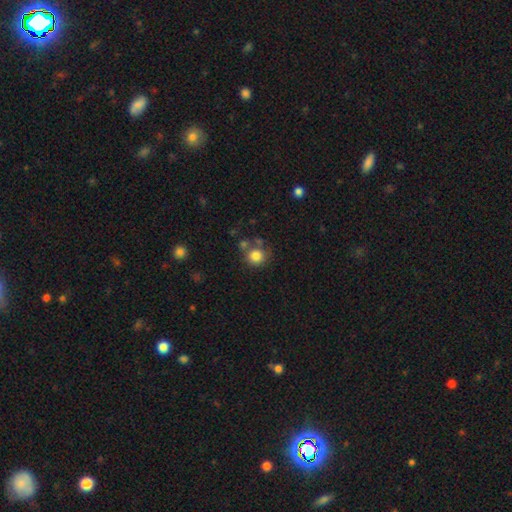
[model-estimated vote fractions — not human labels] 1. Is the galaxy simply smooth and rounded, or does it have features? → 81% smooth, 10% star or artifact, 8% featured or disk.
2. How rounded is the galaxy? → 89% round, 10% in between, 1% cigar-shaped.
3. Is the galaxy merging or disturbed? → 61% none, 18% merger, 14% minor disturbance, 6% major disturbance.